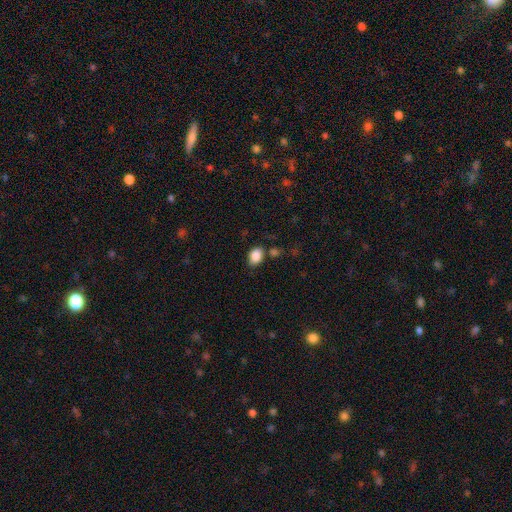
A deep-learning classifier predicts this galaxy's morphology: Smooth or featured? Predicted: smooth (p=0.87). How rounded? Predicted: in between (p=0.76). Merging? Predicted: none (p=0.71).